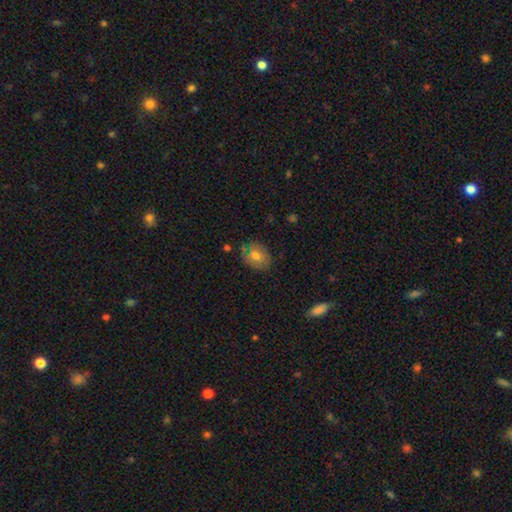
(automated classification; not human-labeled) This appears to be a smooth galaxy with no disk features (73%) that is round (55%). Merging: none (78%).